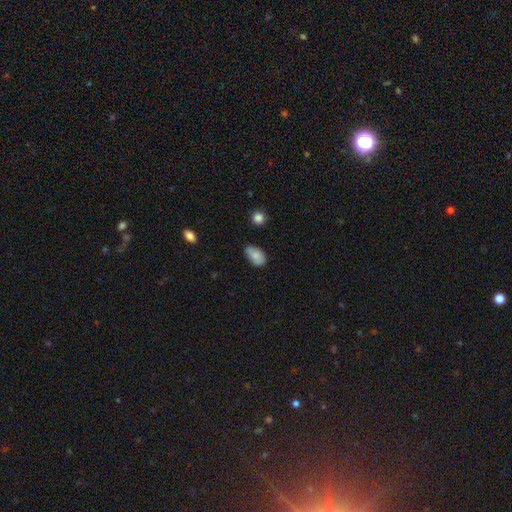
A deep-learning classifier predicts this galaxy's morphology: This appears to be a smooth galaxy with no disk features (83%) that is in between round and cigar-shaped (92%). Merging: none (69%).